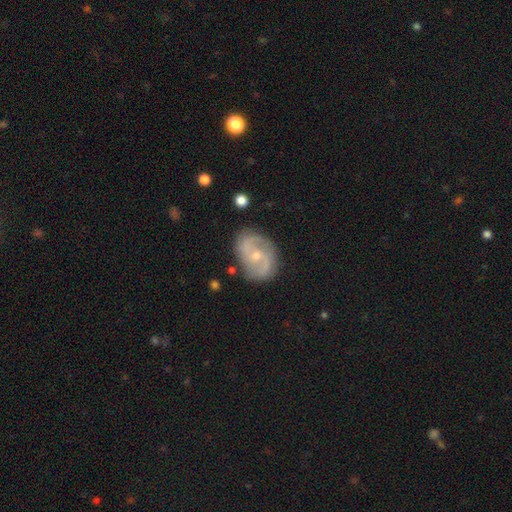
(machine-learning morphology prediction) Smooth or featured? Predicted: featured or disk (p=0.84). Edge-on disk? Predicted: no (p=0.97). Bar? Predicted: no (p=0.52). Spiral arms? Predicted: yes (p=0.94). Spiral winding? Predicted: medium (p=0.50). Spiral arm count? Predicted: 2 (p=0.89). Bulge size? Predicted: small (p=0.60). Merging? Predicted: none (p=0.80).